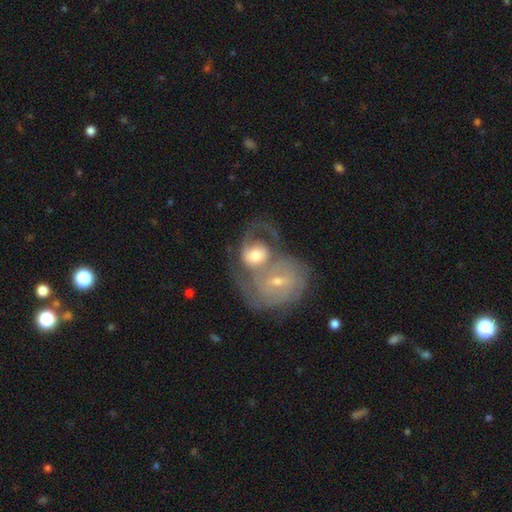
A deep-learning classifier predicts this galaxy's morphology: type=featured or disk (67%); edge-on=no (96%); bar=no (52%); spiral arms=yes (76%); bulge=moderate (55%); merging=merger (72%).